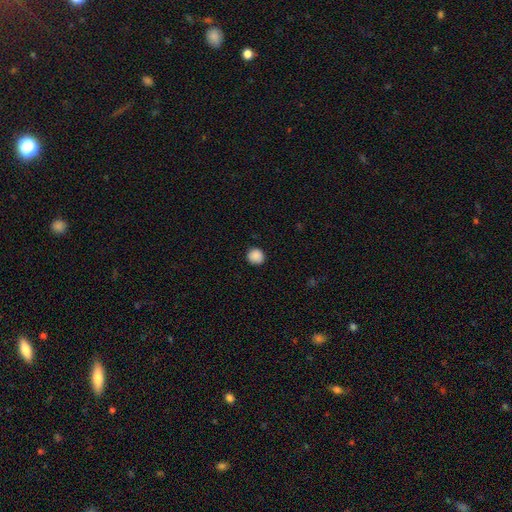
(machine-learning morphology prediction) Smooth or featured? smooth (89%)
How rounded? round (89%)
Merging? none (89%)